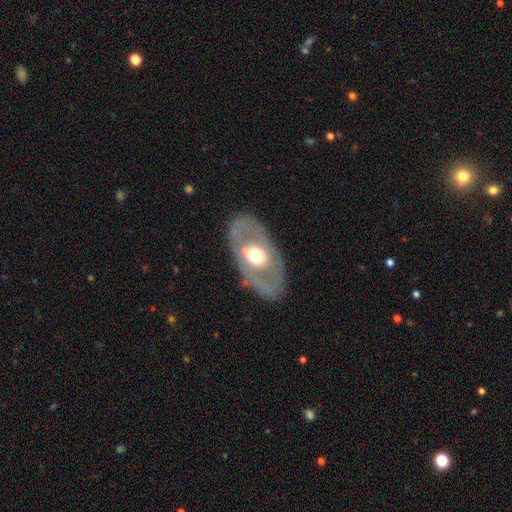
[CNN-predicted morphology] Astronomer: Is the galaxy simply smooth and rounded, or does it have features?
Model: featured or disk — 59% (runner-up: smooth, 36%).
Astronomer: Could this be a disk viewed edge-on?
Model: no — 87%.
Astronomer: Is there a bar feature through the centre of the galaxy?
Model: no — 77%.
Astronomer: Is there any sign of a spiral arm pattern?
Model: no — 85%.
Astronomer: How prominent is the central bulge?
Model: moderate — 64%.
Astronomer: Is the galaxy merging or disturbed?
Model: none — 78%.